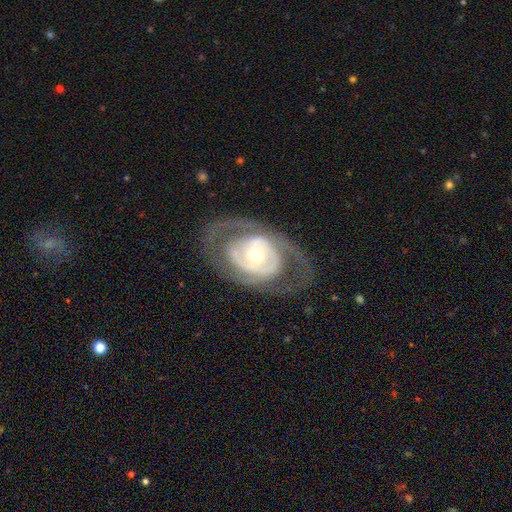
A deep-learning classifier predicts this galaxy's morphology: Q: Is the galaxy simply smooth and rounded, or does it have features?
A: featured or disk — 80%.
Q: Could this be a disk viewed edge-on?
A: no — 94%.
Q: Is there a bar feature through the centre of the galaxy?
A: no — 65%.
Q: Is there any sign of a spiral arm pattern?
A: yes — 62%.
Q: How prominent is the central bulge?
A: moderate — 59%.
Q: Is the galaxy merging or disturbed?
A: none — 68%.